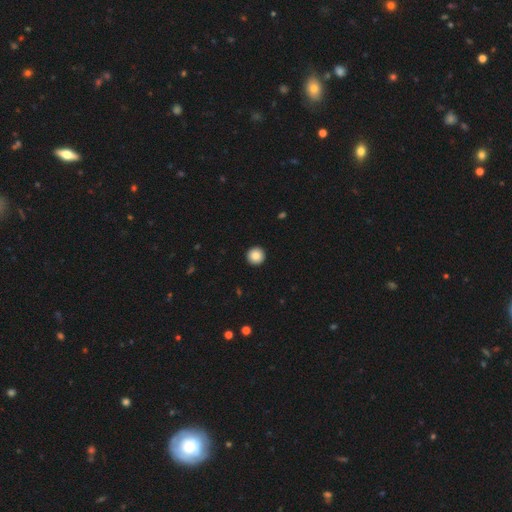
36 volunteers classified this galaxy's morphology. Smooth or featured: smooth — 94% (featured or disk — 3%)
How rounded: round — 97% (in between — 3%)
Merging: none — 97% (minor disturbance — 3%)